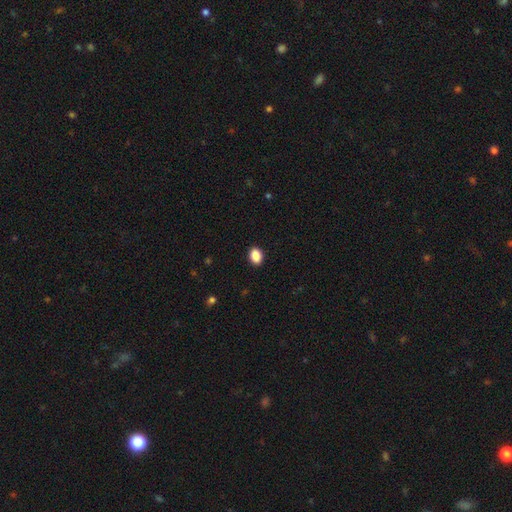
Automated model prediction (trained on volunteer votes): Morphology: type=smooth (89%); roundness=in between (76%); merging=none (91%).